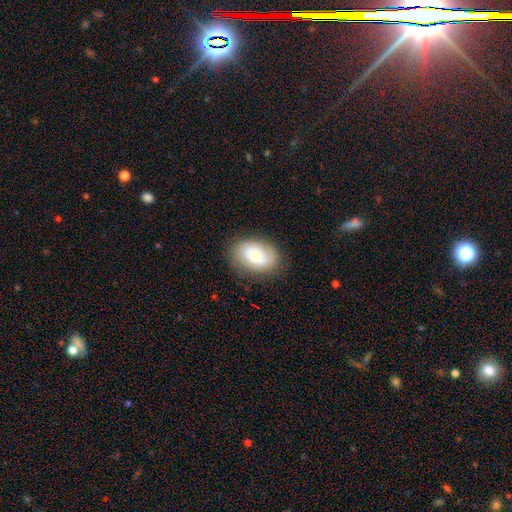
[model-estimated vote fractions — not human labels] A smooth galaxy with no disk features (60%) that is in between round and cigar-shaped (80%). Merging: none (81%).